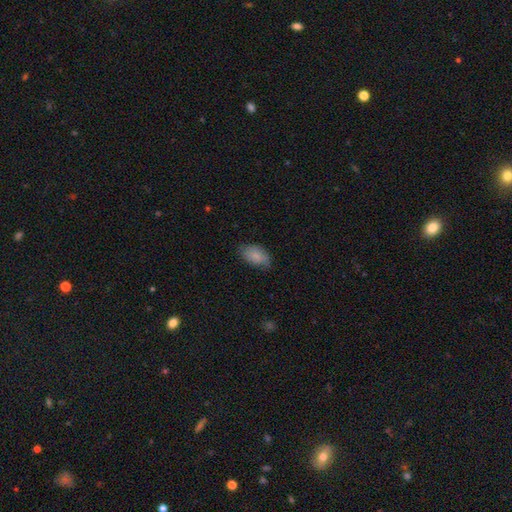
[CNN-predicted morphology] A smooth galaxy with no disk features (82%) that is in between round and cigar-shaped (93%). Merging: none (70%).